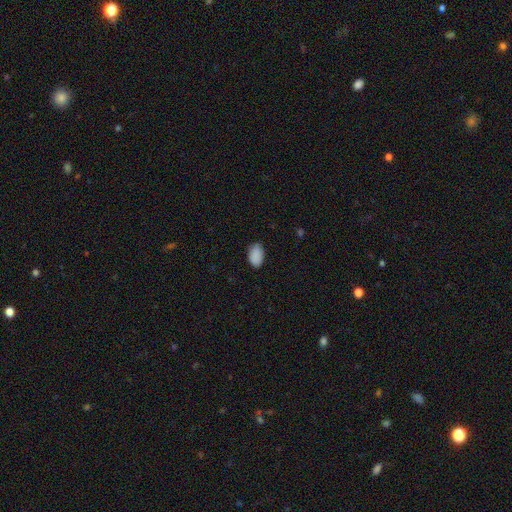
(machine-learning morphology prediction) type=smooth (89%); roundness=in between (91%); merging=none (80%).